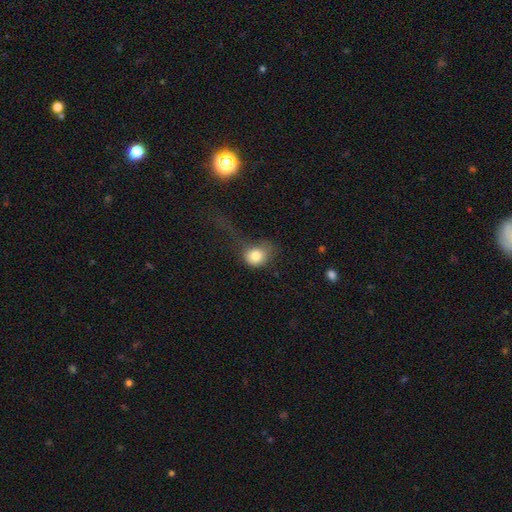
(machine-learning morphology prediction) A smooth galaxy with no disk features (80%) that is round (61%).

Vote fractions:
- Smooth or featured? smooth: 80% / featured or disk: 11% / star or artifact: 9%
- How rounded? round: 61% / in between: 38% / cigar-shaped: 1%
- Merging? major disturbance: 46% / none: 27% / minor disturbance: 23% / merger: 4%